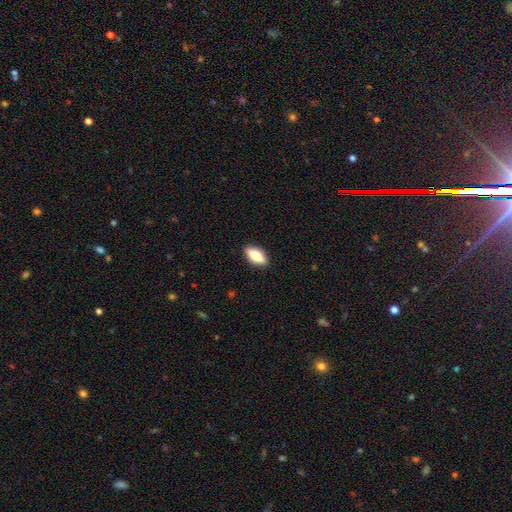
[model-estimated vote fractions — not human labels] smooth-or-featured: smooth: 77% | featured or disk: 16% | star or artifact: 7%
  how-rounded: in between: 78% | cigar-shaped: 18% | round: 3%
  merging: none: 88% | minor disturbance: 9% | major disturbance: 2% | merger: 1%